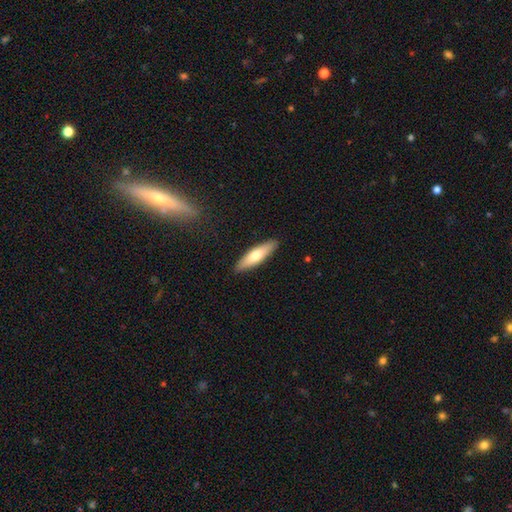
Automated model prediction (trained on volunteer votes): Smooth or featured?
  - smooth: 67% *
  - featured or disk: 28%
  - star or artifact: 5%
How rounded?
  - cigar-shaped: 68% *
  - in between: 31%
  - round: 1%
Merging?
  - none: 89% *
  - minor disturbance: 8%
  - major disturbance: 2%
  - merger: 1%